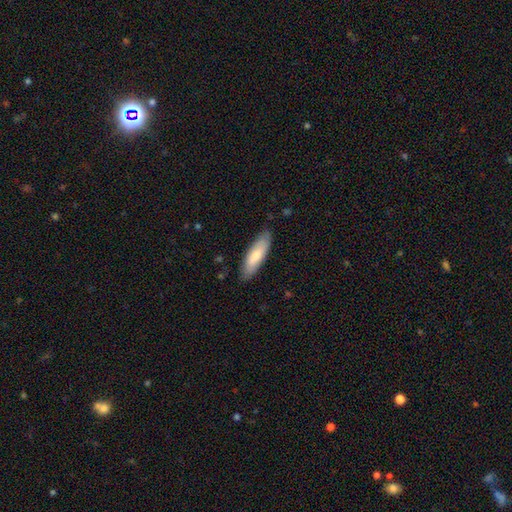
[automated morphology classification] The model was most divided on "how rounded": cigar-shaped: 51%, in between: 47%, round: 1%. More confident: merging — none (83%); smooth or featured — smooth (73%).